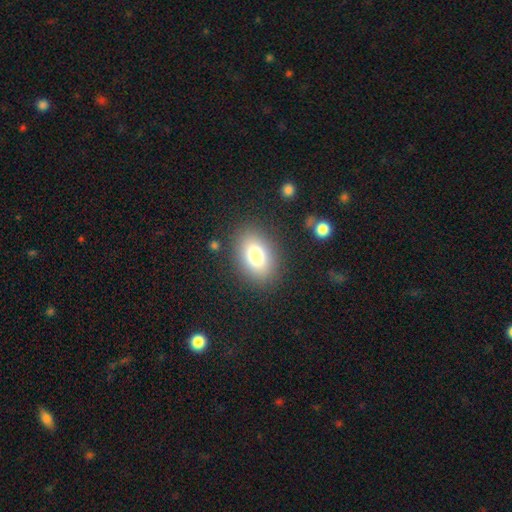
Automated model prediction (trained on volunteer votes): Q: Smooth or featured?
A: smooth (79%); runner-up: featured or disk (11%)
Q: How rounded?
A: in between (80%); runner-up: round (19%)
Q: Merging?
A: none (85%); runner-up: minor disturbance (9%)